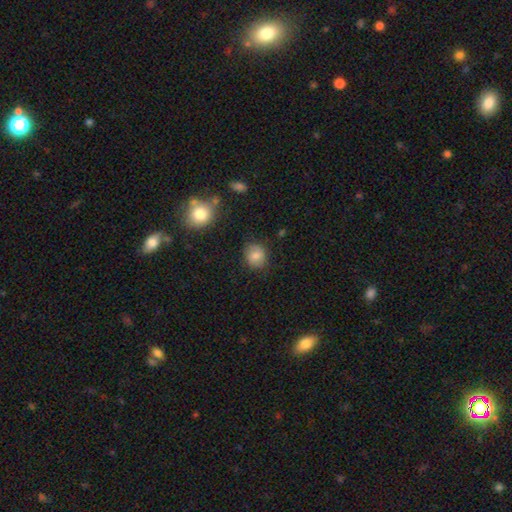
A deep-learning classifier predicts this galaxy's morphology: smooth-or-featured: smooth: 81% | star or artifact: 10% | featured or disk: 10%
  how-rounded: round: 72% | in between: 27% | cigar-shaped: 1%
  merging: none: 82% | minor disturbance: 13% | major disturbance: 3% | merger: 2%